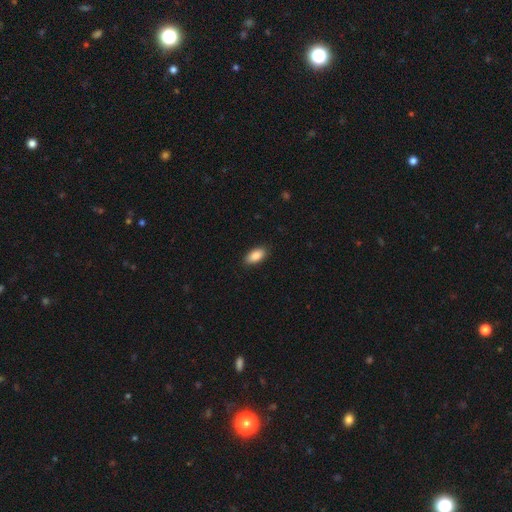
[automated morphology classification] smooth-or-featured: smooth: 89% | star or artifact: 7% | featured or disk: 5%
  how-rounded: in between: 92% | cigar-shaped: 5% | round: 3%
  merging: none: 87% | minor disturbance: 10% | major disturbance: 2% | merger: 1%